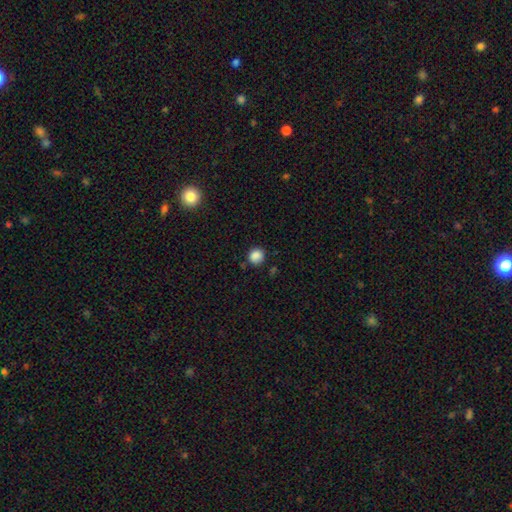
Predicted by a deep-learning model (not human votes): A smooth galaxy with no disk features (87%) that is round (87%). Merging: none (83%).